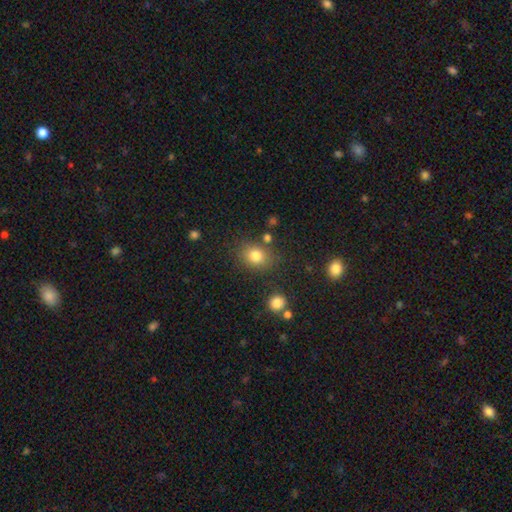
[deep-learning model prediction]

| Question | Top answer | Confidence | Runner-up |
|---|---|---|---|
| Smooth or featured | smooth | 80% | star or artifact (13%) |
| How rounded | round | 60% | in between (39%) |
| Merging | none | 77% | minor disturbance (12%) |